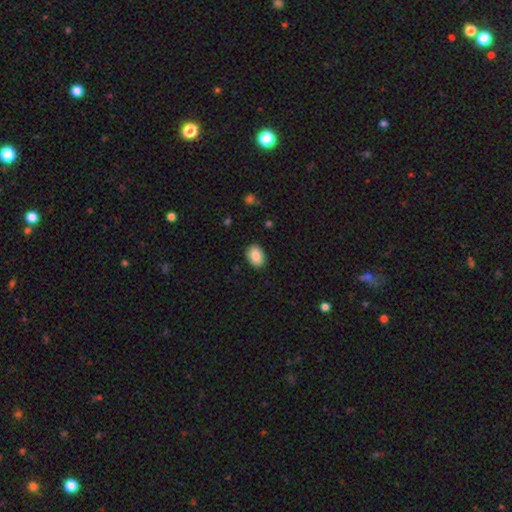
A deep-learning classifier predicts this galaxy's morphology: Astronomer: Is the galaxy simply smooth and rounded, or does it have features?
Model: smooth — 86%.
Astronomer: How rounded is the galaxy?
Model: in between — 81%.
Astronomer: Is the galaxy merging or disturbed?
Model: none — 87%.